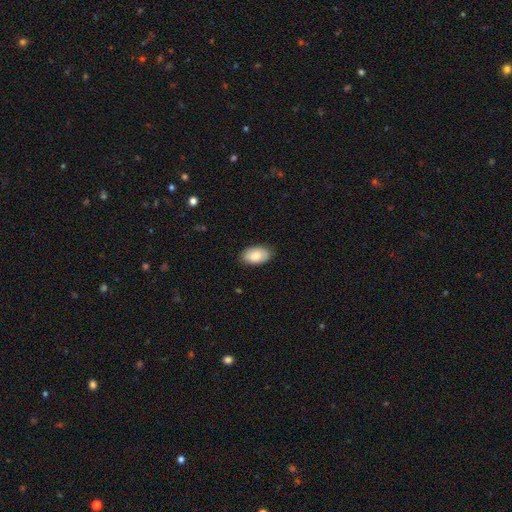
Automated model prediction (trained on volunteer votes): This is clearly a smooth galaxy (82%). How rounded: clearly in between (93%). Merging: clearly none (85%).